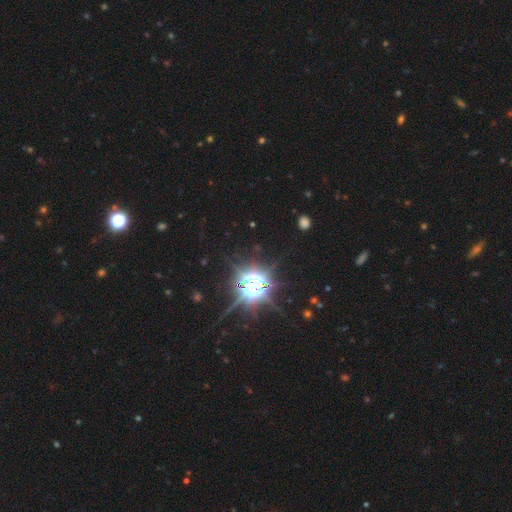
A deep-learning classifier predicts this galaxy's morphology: star or artifact 85%, smooth 10%, featured or disk 5%.